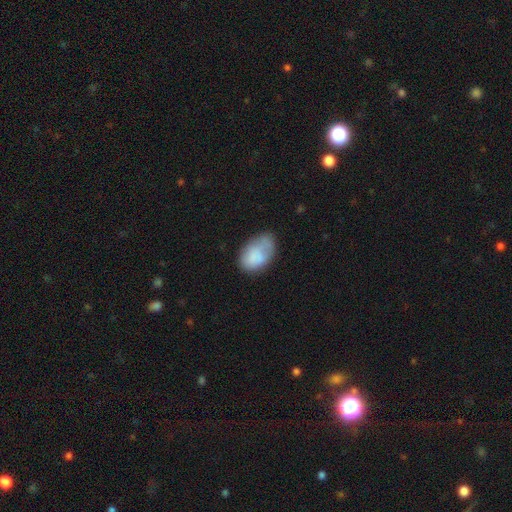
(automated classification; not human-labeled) Overall: smooth (76%). How rounded: in between (89%). Merging: none (45%; minor disturbance 34%).